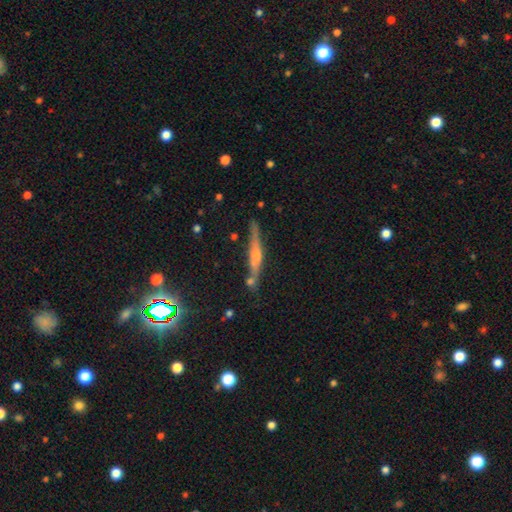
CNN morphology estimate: Smooth or featured?
  - featured or disk: 61% *
  - smooth: 27%
  - star or artifact: 12%
Edge-on disk?
  - yes: 94% *
  - no: 6%
Edge-on bulge?
  - rounded: 64% *
  - none: 18%
  - boxy: 18%
Merging?
  - none: 75% *
  - minor disturbance: 14%
  - merger: 7%
  - major disturbance: 4%